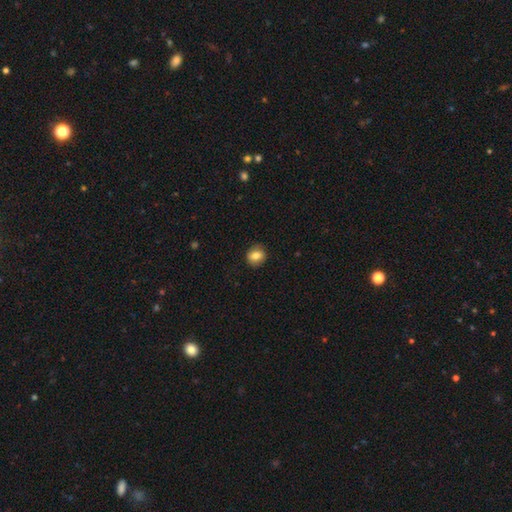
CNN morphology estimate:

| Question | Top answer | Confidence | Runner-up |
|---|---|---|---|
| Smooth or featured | smooth | 80% | featured or disk (11%) |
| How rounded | round | 68% | in between (31%) |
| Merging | none | 86% | minor disturbance (10%) |